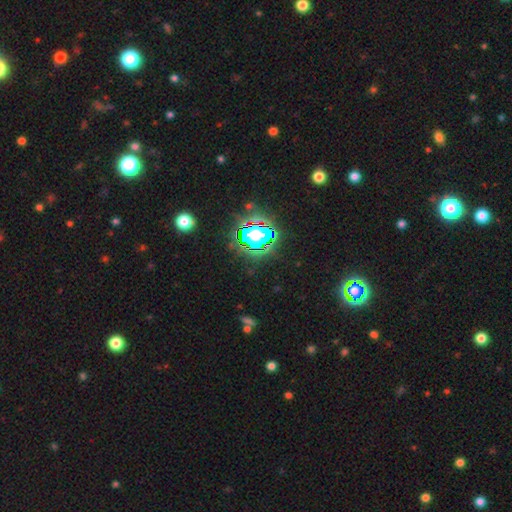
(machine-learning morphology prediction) Smooth or featured?
  - star or artifact: 80% *
  - smooth: 12%
  - featured or disk: 7%